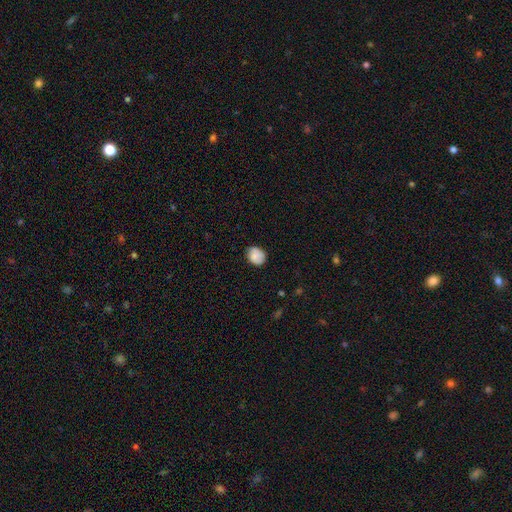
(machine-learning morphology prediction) smooth 75%, featured or disk 16%, star or artifact 9%. Down the decision tree: how rounded — round (51%); merging — none (76%).